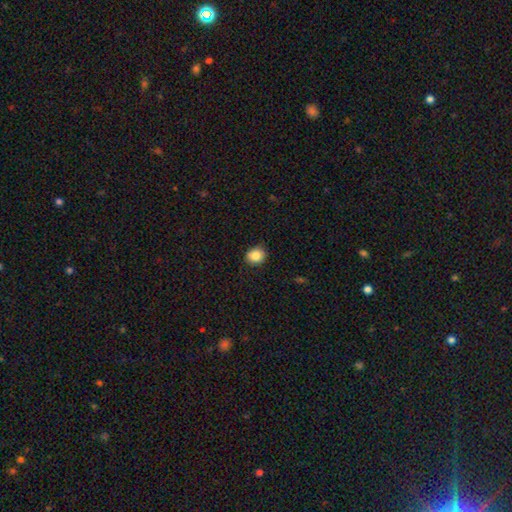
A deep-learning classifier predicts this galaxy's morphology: Smooth or featured? Predicted: smooth (p=0.85). How rounded? Predicted: round (p=0.72). Merging? Predicted: none (p=0.86).